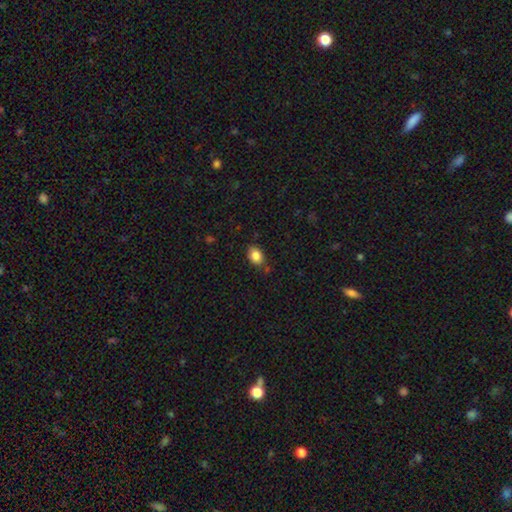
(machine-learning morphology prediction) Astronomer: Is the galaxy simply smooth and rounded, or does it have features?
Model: smooth — 86%.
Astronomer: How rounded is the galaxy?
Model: in between — 76%.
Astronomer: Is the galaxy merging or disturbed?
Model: none — 81%.